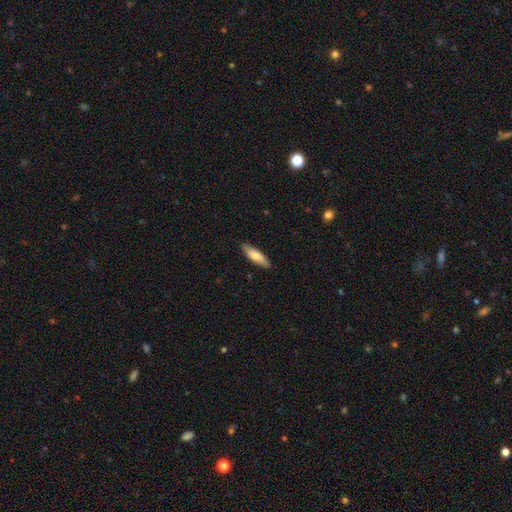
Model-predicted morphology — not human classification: smooth_or_featured: smooth (p=0.71) [alt: featured or disk p=0.24]
how_rounded: cigar-shaped (p=0.65) [alt: in between p=0.33]
merging: none (p=0.88) [alt: minor disturbance p=0.09]